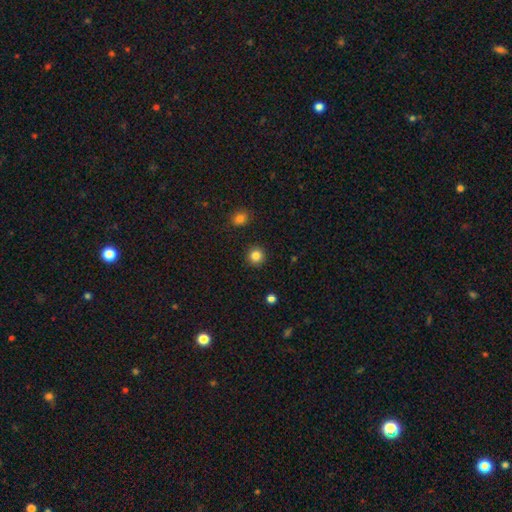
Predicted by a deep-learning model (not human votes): Smooth or featured: smooth — 85% (star or artifact — 11%)
How rounded: round — 94% (in between — 5%)
Merging: none — 92% (minor disturbance — 5%)